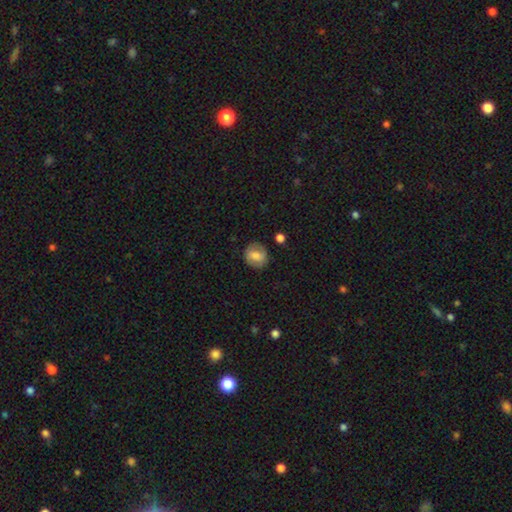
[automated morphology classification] type=smooth (71%); roundness=round (76%); merging=none (82%).